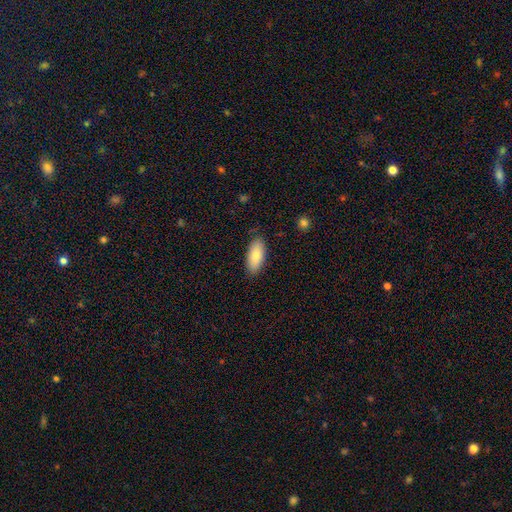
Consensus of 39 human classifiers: Smooth or featured? 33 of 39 (85%) said smooth. How rounded? 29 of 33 (88%) said in between. Merging? 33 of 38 (87%) said none.